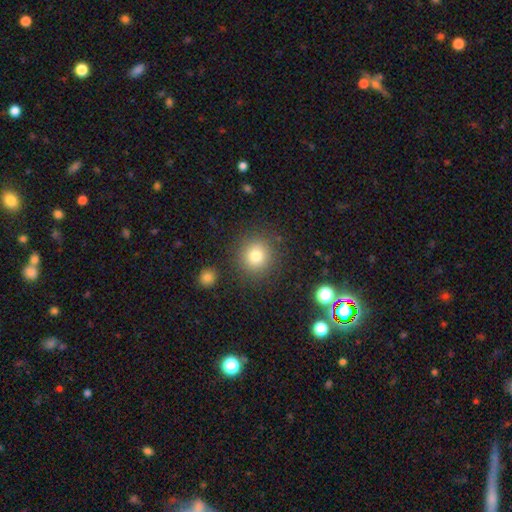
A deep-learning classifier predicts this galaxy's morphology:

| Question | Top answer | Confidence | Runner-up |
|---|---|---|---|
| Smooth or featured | smooth | 79% | star or artifact (13%) |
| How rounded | round | 90% | in between (9%) |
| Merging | none | 86% | minor disturbance (8%) |